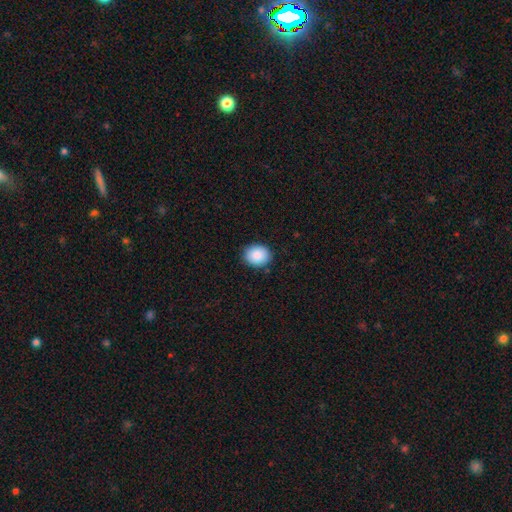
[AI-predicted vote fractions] Overall: smooth (88%). How rounded: round (52%; in between 47%). Merging: none (87%).